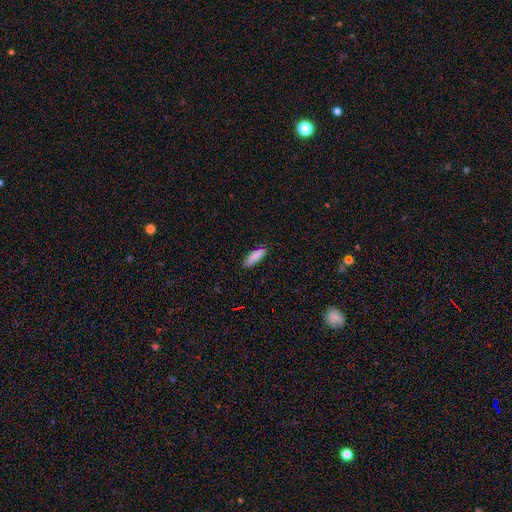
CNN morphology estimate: Smooth or featured?
  - smooth: 88% *
  - star or artifact: 6%
  - featured or disk: 6%
How rounded?
  - in between: 50% *
  - cigar-shaped: 48%
  - round: 2%
Merging?
  - none: 86% *
  - minor disturbance: 11%
  - major disturbance: 2%
  - merger: 1%